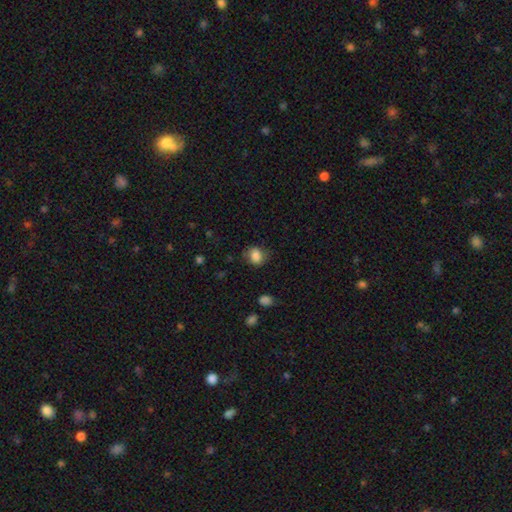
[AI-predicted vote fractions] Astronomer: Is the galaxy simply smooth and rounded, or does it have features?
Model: smooth — 84%.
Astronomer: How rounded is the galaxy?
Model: round — 56% (runner-up: in between, 43%).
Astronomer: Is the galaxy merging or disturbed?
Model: none — 72%.